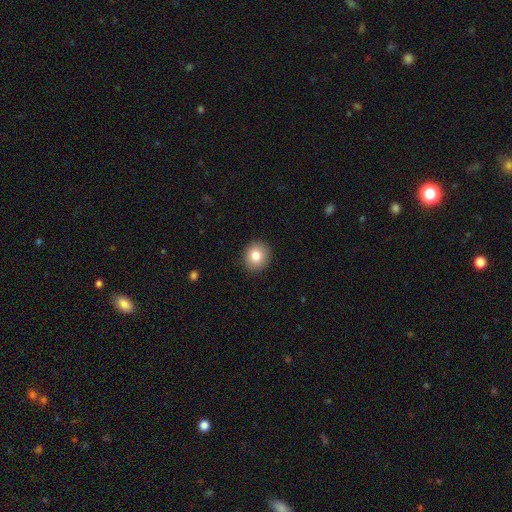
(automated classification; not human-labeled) smooth_or_featured: smooth (p=0.82) [alt: star or artifact p=0.09]
how_rounded: round (p=0.81) [alt: in between p=0.19]
merging: none (p=0.91) [alt: minor disturbance p=0.06]